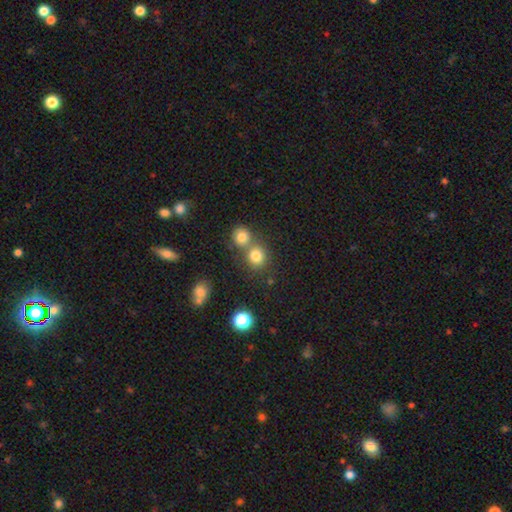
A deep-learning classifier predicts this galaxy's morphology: Q: Smooth or featured?
A: smooth (79%); runner-up: star or artifact (14%)
Q: How rounded?
A: round (84%); runner-up: in between (15%)
Q: Merging?
A: none (53%); runner-up: merger (37%)